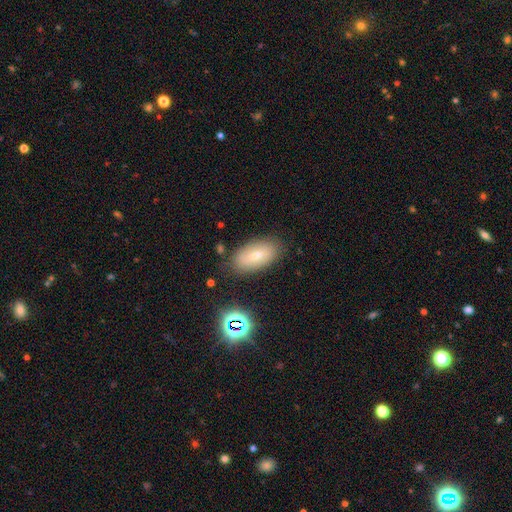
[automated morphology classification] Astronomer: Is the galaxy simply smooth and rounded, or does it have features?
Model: smooth — 64%.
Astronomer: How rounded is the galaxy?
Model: in between — 91%.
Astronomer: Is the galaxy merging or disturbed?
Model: none — 80%.